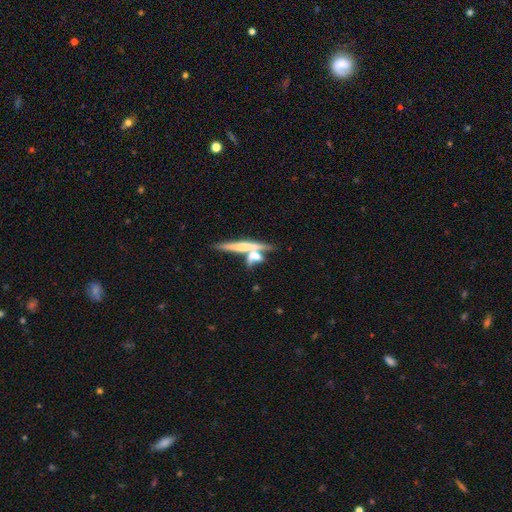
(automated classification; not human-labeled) Smooth or featured?
  - smooth: 48% *
  - featured or disk: 42%
  - star or artifact: 10%
Merging?
  - none: 46% *
  - merger: 40%
  - minor disturbance: 10%
  - major disturbance: 5%